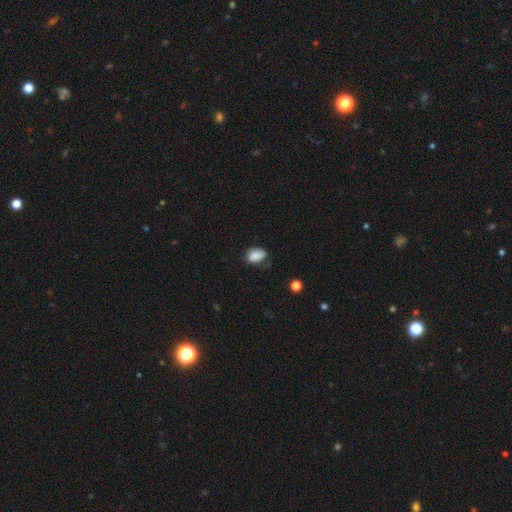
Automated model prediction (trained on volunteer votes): Smooth or featured? Predicted: smooth (p=0.87). How rounded? Predicted: in between (p=0.84). Merging? Predicted: none (p=0.64).